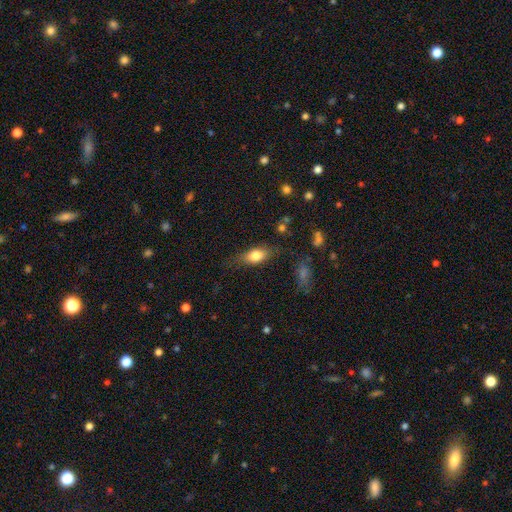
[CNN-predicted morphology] smooth 76%, featured or disk 16%, star or artifact 8%. Down the decision tree: how rounded — in between (80%); merging — none (71%).